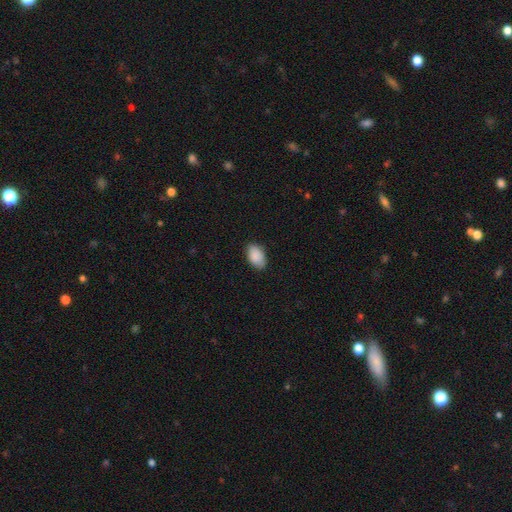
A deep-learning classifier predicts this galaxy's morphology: Smooth or featured: smooth — 90% (star or artifact — 7%)
How rounded: in between — 93% (round — 6%)
Merging: none — 83% (minor disturbance — 14%)